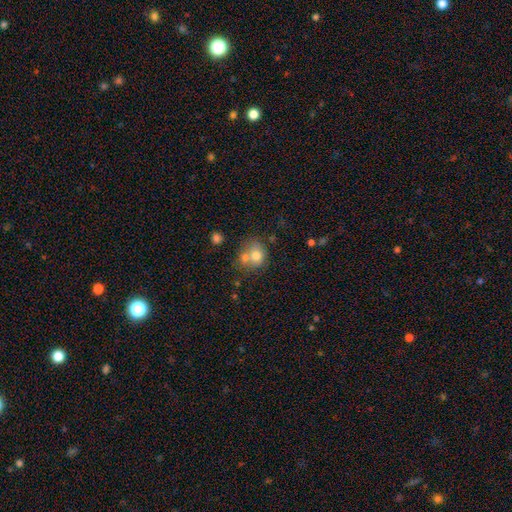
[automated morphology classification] smooth-or-featured: smooth: 73% | featured or disk: 17% | star or artifact: 10%
  how-rounded: round: 67% | in between: 32% | cigar-shaped: 1%
  merging: merger: 48% | none: 35% | minor disturbance: 12% | major disturbance: 5%